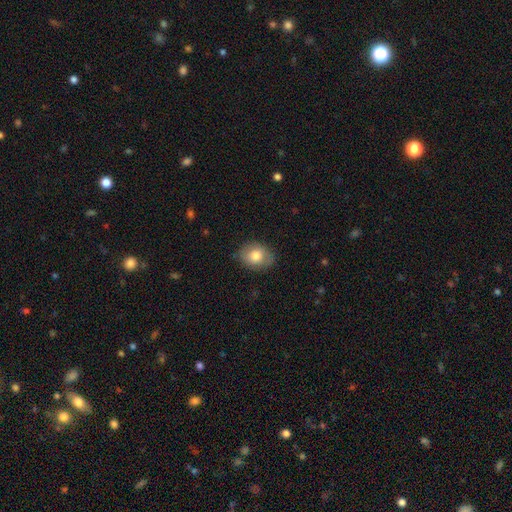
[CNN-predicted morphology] Smooth or featured: smooth — 78% (featured or disk — 14%)
How rounded: in between — 63% (round — 36%)
Merging: none — 82% (minor disturbance — 14%)